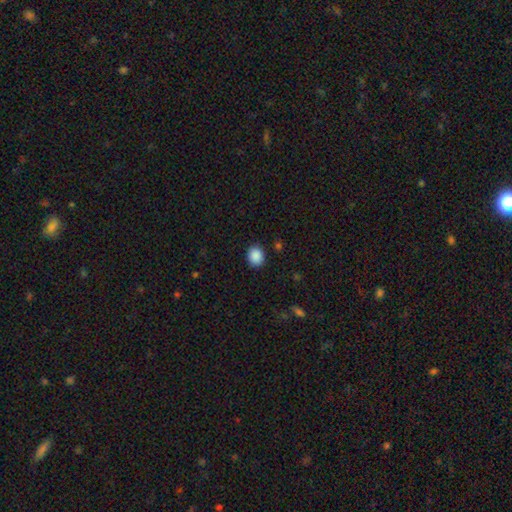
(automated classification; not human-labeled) Overall: smooth (88%). How rounded: round (64%; in between 36%). Merging: none (88%).